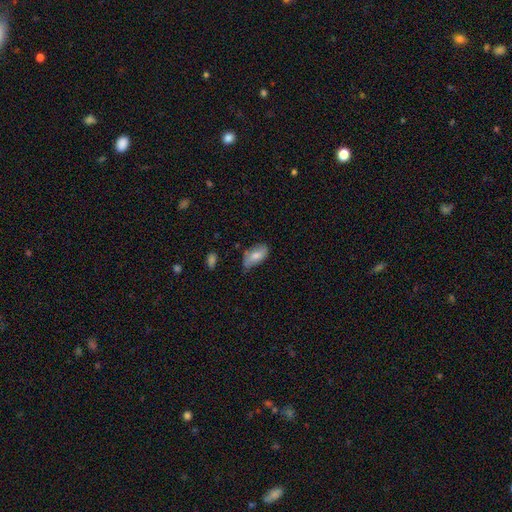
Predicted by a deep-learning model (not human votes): Overall: smooth (75%). How rounded: in between (92%). Merging: none (51%; minor disturbance 38%).